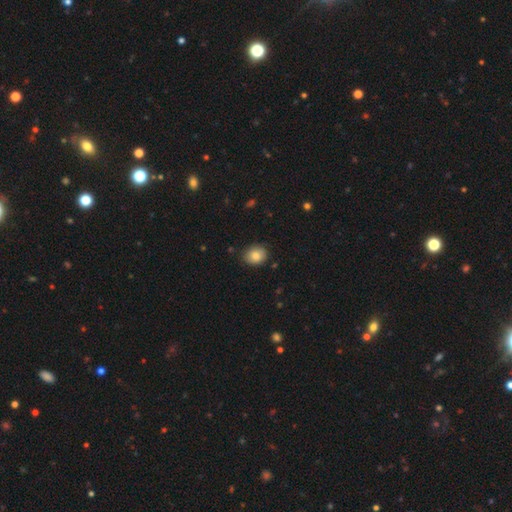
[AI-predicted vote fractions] A smooth galaxy with no disk features (84%) that is round (59%).

Vote fractions:
- Smooth or featured? smooth: 84% / star or artifact: 9% / featured or disk: 8%
- How rounded? round: 59% / in between: 40% / cigar-shaped: 1%
- Merging? none: 84% / minor disturbance: 12% / major disturbance: 2% / merger: 1%